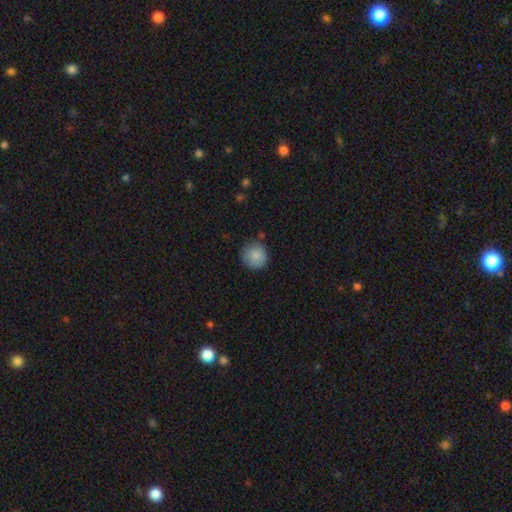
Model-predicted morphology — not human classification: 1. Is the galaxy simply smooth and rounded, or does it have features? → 86% smooth, 8% star or artifact, 7% featured or disk.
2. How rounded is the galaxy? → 93% round, 6% in between, 1% cigar-shaped.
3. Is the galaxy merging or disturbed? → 79% none, 16% minor disturbance, 3% major disturbance, 2% merger.